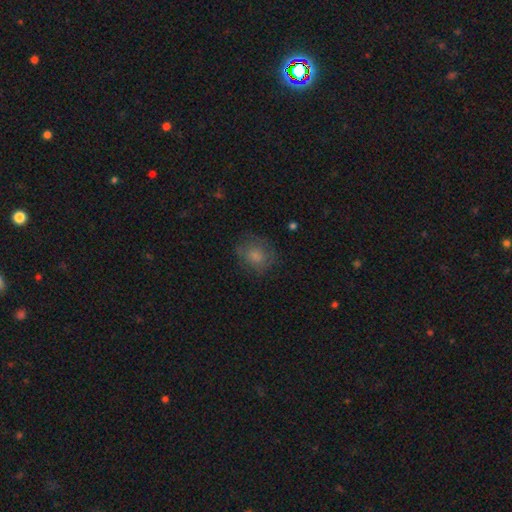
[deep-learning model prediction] Smooth or featured: smooth — 70% (featured or disk — 19%)
How rounded: round — 69% (in between — 30%)
Merging: none — 69% (minor disturbance — 19%)